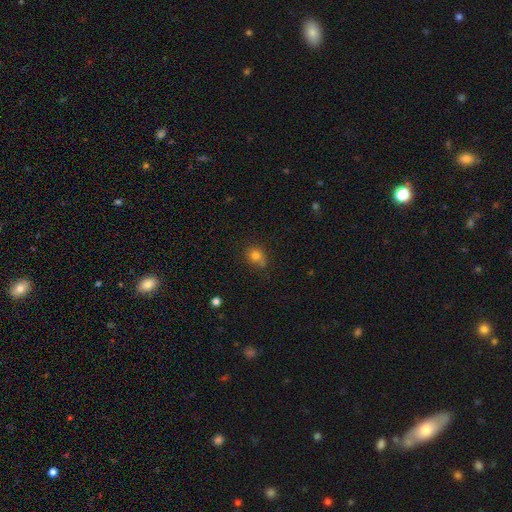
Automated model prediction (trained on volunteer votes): smooth-or-featured: smooth: 79% | star or artifact: 13% | featured or disk: 9%
  how-rounded: round: 67% | in between: 31% | cigar-shaped: 1%
  merging: none: 60% | minor disturbance: 25% | major disturbance: 8% | merger: 7%